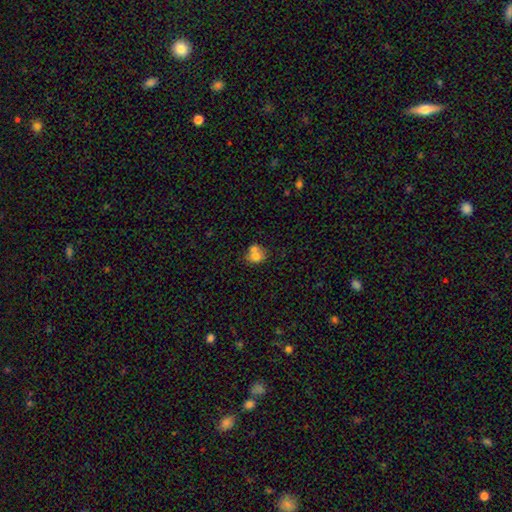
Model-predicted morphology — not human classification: Q: Smooth or featured?
A: smooth (71%); runner-up: featured or disk (19%)
Q: How rounded?
A: round (67%); runner-up: in between (32%)
Q: Merging?
A: merger (51%); runner-up: none (35%)